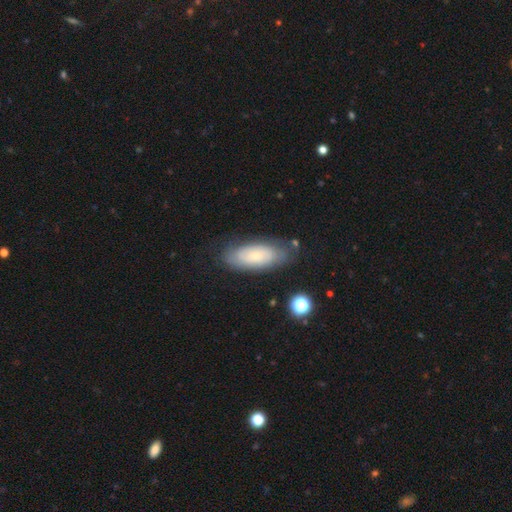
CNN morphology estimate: This is possibly a smooth galaxy (55%). How rounded: clearly in between (80%). Merging: likely none (72%).